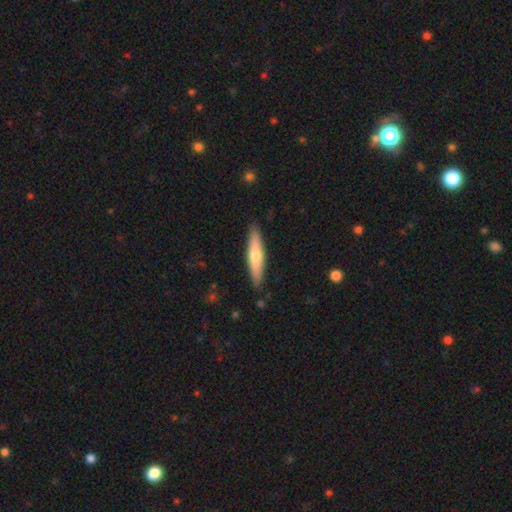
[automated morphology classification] Q: Smooth or featured?
A: smooth (53%); runner-up: featured or disk (41%)
Q: How rounded?
A: cigar-shaped (85%); runner-up: in between (14%)
Q: Merging?
A: none (89%); runner-up: minor disturbance (8%)